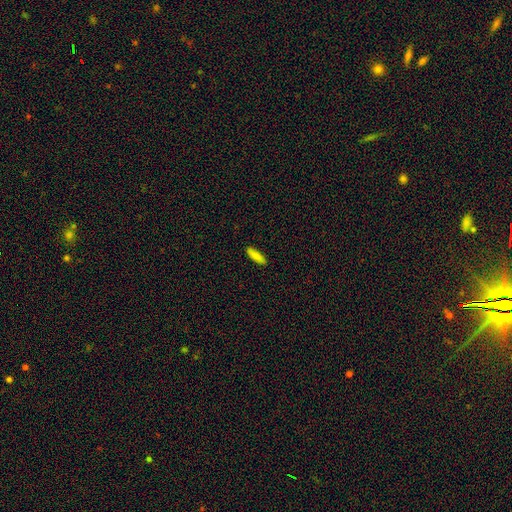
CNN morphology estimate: Q: Smooth or featured?
A: smooth (86%); runner-up: star or artifact (7%)
Q: How rounded?
A: cigar-shaped (59%); runner-up: in between (40%)
Q: Merging?
A: none (89%); runner-up: minor disturbance (9%)